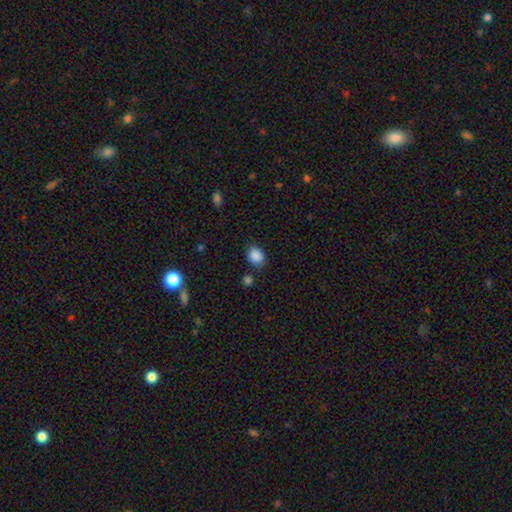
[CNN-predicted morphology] smooth 87%, star or artifact 9%, featured or disk 3%. Down the decision tree: how rounded — in between (60%); merging — none (79%).